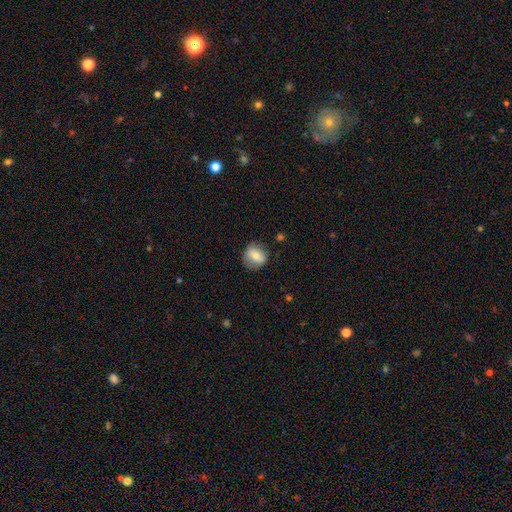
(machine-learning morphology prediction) Q: Smooth or featured?
A: smooth (65%); runner-up: featured or disk (27%)
Q: How rounded?
A: round (68%); runner-up: in between (30%)
Q: Merging?
A: none (79%); runner-up: minor disturbance (14%)